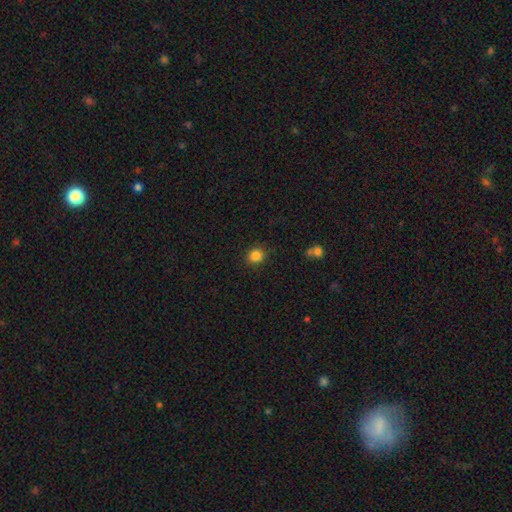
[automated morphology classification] smooth-or-featured: smooth: 85% | star or artifact: 11% | featured or disk: 4%
  how-rounded: round: 86% | in between: 13% | cigar-shaped: 1%
  merging: none: 89% | minor disturbance: 7% | major disturbance: 2% | merger: 1%